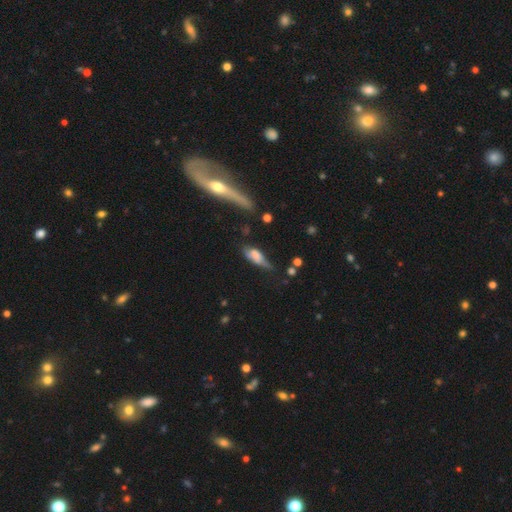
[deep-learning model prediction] Smooth or featured? Predicted: smooth (p=0.64). How rounded? Predicted: in between (p=0.70). Merging? Predicted: minor disturbance (p=0.36, tied with none).